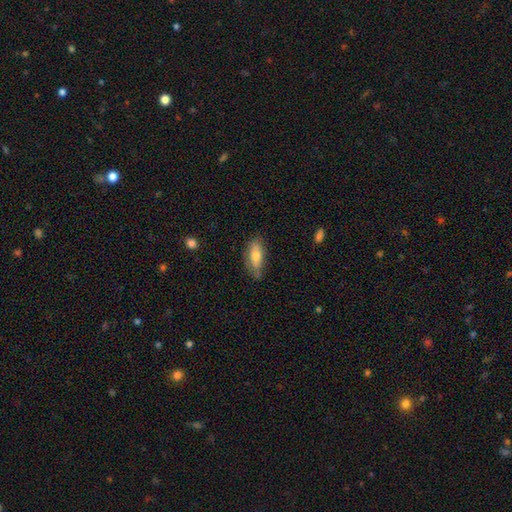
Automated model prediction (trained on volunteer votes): Smooth or featured: smooth — 66% (featured or disk — 27%)
How rounded: in between — 73% (cigar-shaped — 24%)
Merging: none — 65% (minor disturbance — 27%)